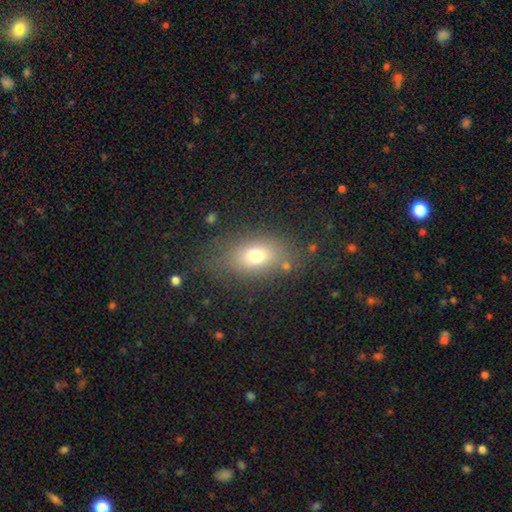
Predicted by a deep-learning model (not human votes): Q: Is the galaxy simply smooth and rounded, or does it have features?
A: smooth — 73%.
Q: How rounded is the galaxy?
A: in between — 80%.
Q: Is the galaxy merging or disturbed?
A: none — 75%.